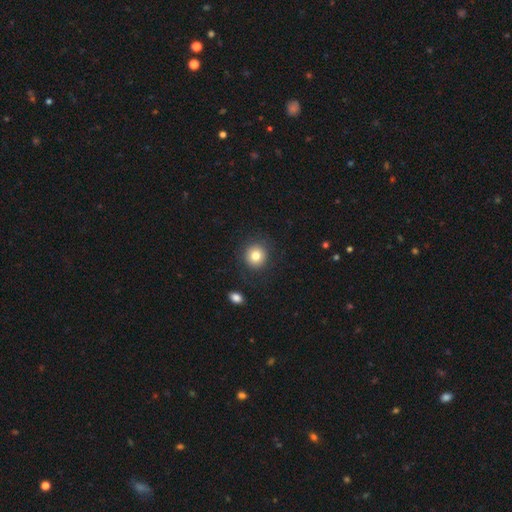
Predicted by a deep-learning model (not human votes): The model was most divided on "smooth or featured": smooth: 81%, star or artifact: 11%, featured or disk: 9%. More confident: how rounded — round (89%); merging — none (88%).